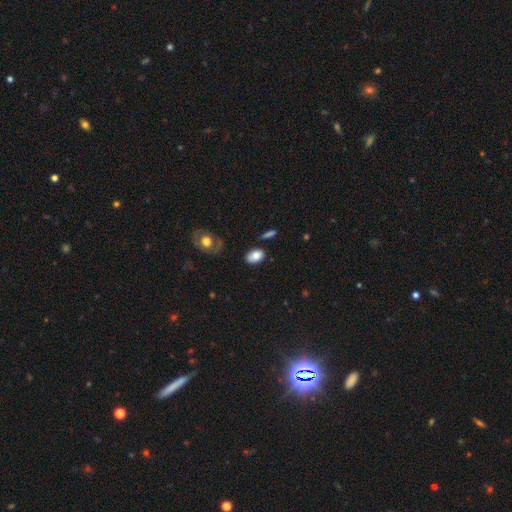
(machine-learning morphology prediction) Smooth or featured?
  - smooth: 81% *
  - featured or disk: 11%
  - star or artifact: 8%
How rounded?
  - in between: 83% *
  - round: 15%
  - cigar-shaped: 2%
Merging?
  - none: 76% *
  - minor disturbance: 16%
  - merger: 4%
  - major disturbance: 4%